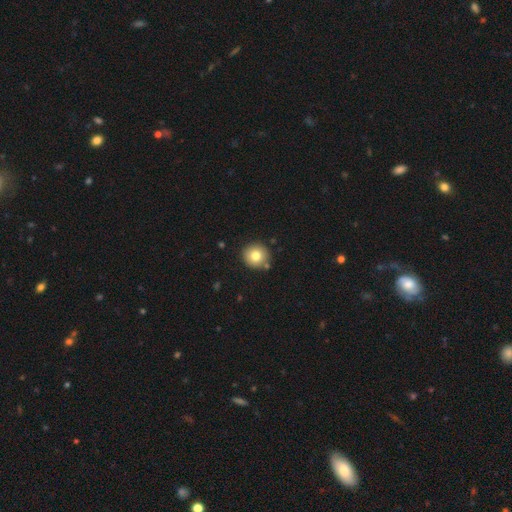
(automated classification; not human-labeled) A smooth galaxy with no disk features (78%) that is round (93%). Merging: none (85%).